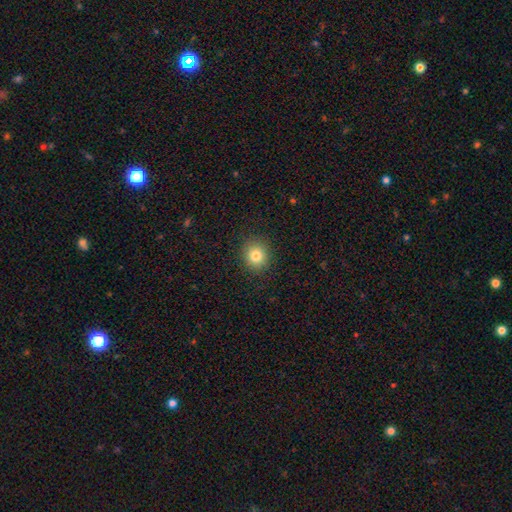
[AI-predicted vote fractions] smooth 81%, star or artifact 11%, featured or disk 7%. Down the decision tree: how rounded — round (86%); merging — none (91%).